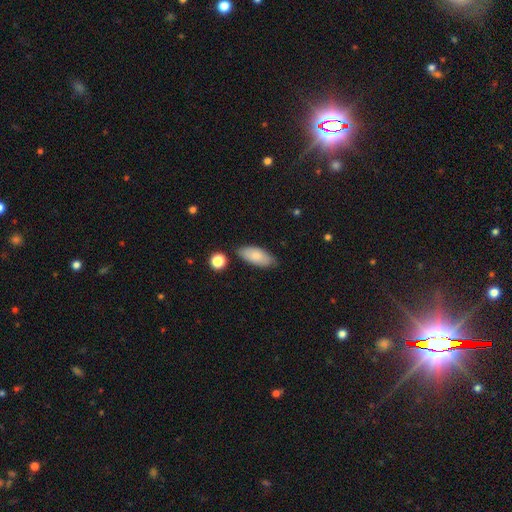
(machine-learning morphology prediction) Smooth or featured: smooth — 81% (featured or disk — 13%)
How rounded: in between — 86% (cigar-shaped — 12%)
Merging: none — 77% (minor disturbance — 17%)